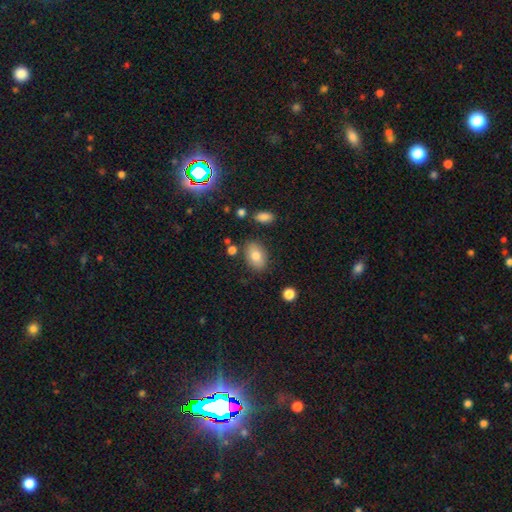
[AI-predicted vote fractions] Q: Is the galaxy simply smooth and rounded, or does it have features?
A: smooth — 80%.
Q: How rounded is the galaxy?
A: in between — 86%.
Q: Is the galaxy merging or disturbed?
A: none — 81%.